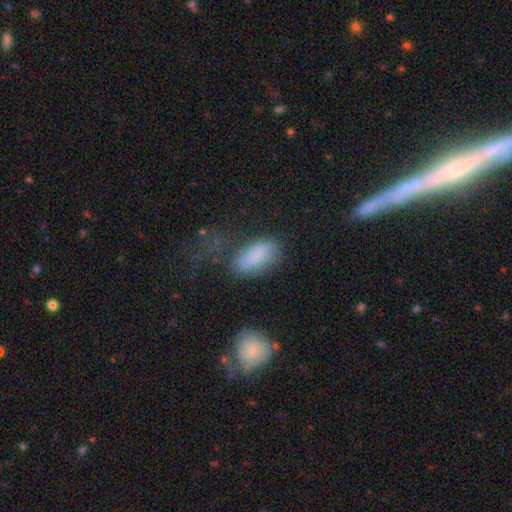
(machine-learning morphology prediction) Q: Smooth or featured?
A: smooth (82%); runner-up: featured or disk (10%)
Q: How rounded?
A: in between (89%); runner-up: cigar-shaped (8%)
Q: Merging?
A: none (61%); runner-up: minor disturbance (22%)